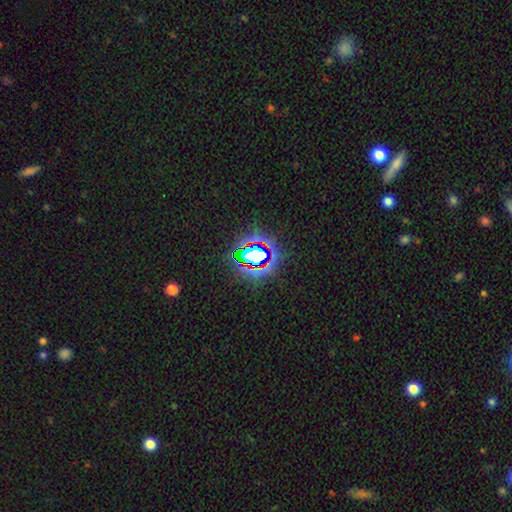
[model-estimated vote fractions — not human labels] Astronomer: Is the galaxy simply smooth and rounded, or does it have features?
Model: star or artifact — 71%.